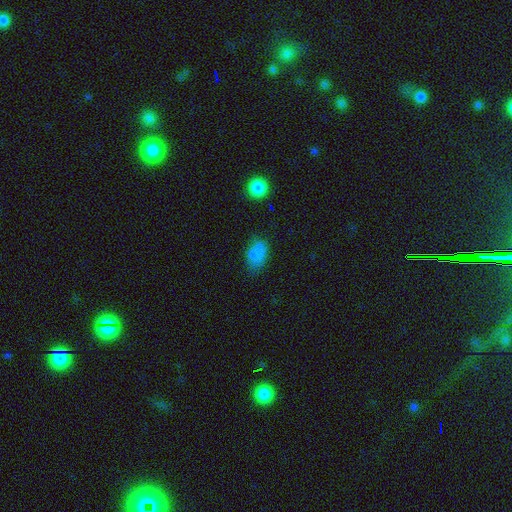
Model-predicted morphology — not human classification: Smooth or featured?
  - smooth: 79% *
  - star or artifact: 13%
  - featured or disk: 9%
How rounded?
  - in between: 90% *
  - round: 8%
  - cigar-shaped: 2%
Merging?
  - none: 57% *
  - minor disturbance: 27%
  - major disturbance: 10%
  - merger: 6%